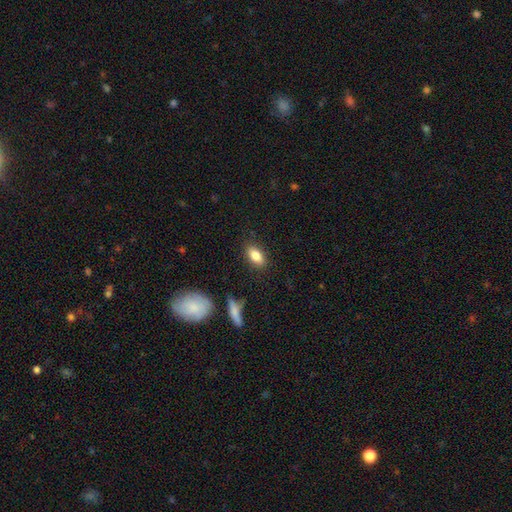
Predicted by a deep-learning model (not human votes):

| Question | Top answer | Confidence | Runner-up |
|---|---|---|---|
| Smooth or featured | smooth | 84% | featured or disk (8%) |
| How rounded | in between | 87% | cigar-shaped (7%) |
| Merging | none | 86% | minor disturbance (10%) |